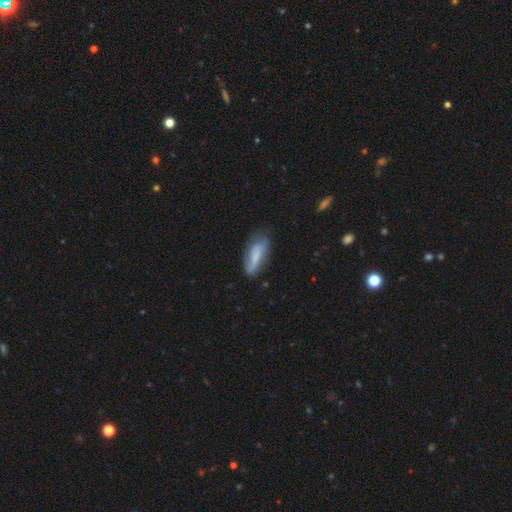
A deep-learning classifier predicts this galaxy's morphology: Q: Smooth or featured?
A: smooth (61%); runner-up: featured or disk (32%)
Q: How rounded?
A: in between (69%); runner-up: cigar-shaped (29%)
Q: Merging?
A: none (54%); runner-up: minor disturbance (31%)